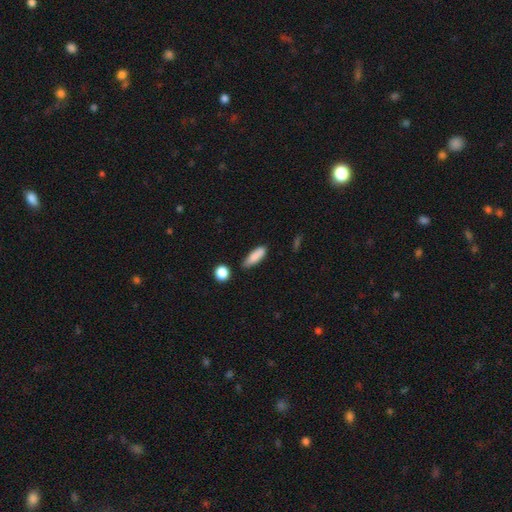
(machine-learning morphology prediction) Smooth or featured? smooth (85%)
How rounded? in between (53%)
Merging? none (75%)